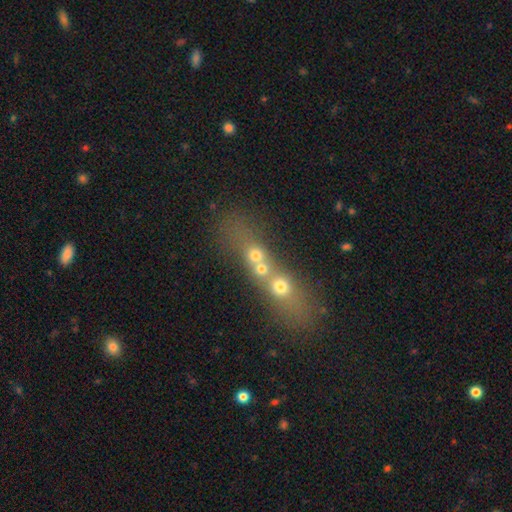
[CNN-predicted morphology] Overall: smooth (58%; featured or disk 24%). How rounded: round (52%; in between 31%). Merging: merger (70%).